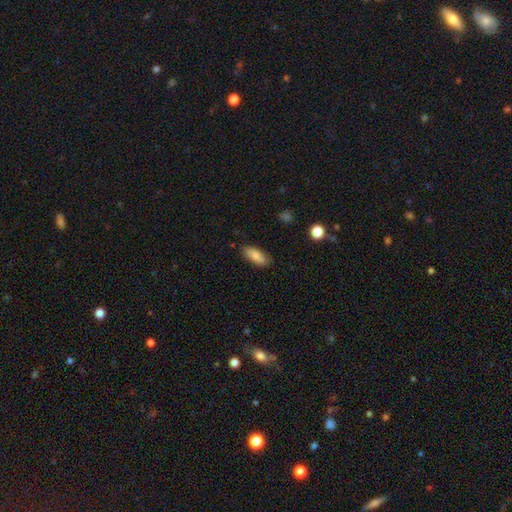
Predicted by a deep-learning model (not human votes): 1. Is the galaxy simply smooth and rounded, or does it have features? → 82% smooth, 11% featured or disk, 7% star or artifact.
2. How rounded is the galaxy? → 77% in between, 21% cigar-shaped, 2% round.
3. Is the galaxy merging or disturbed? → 84% none, 12% minor disturbance, 2% major disturbance, 1% merger.